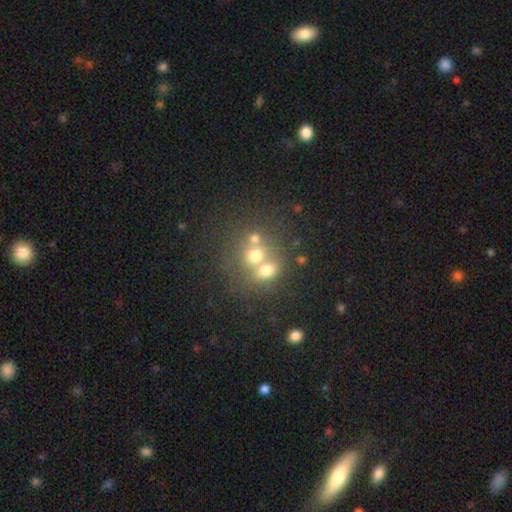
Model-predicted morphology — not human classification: This is likely a smooth galaxy (61%). How rounded: likely round (75%). Merging: possibly merger (57%).